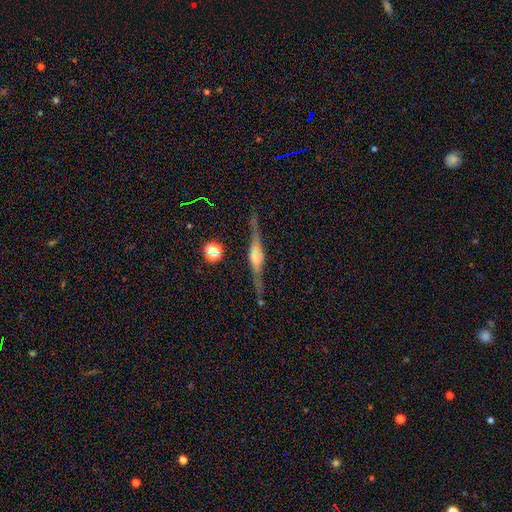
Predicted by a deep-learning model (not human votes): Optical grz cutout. It shows a featured or disk galaxy (80%) viewed edge-on (96%) with a rounded central bulge (75%). Merging: none (82%).